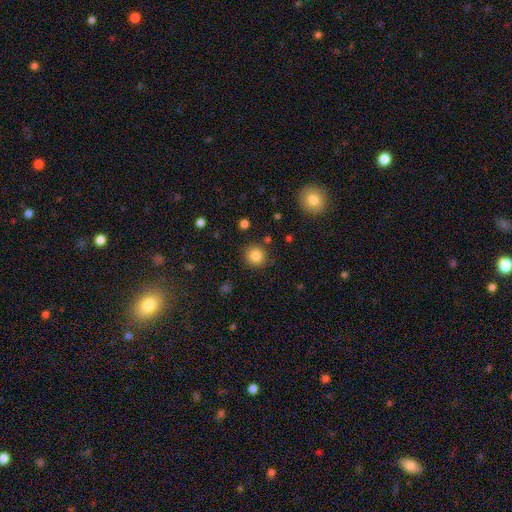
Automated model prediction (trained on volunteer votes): smooth 83%, star or artifact 11%, featured or disk 6%. Down the decision tree: how rounded — round (90%); merging — none (86%).